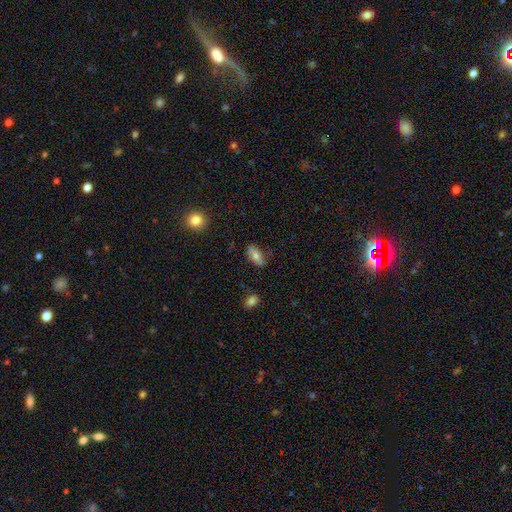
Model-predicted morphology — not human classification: smooth-or-featured: smooth: 73% | featured or disk: 19% | star or artifact: 8%
  how-rounded: in between: 87% | cigar-shaped: 9% | round: 4%
  merging: none: 78% | minor disturbance: 16% | major disturbance: 3% | merger: 2%